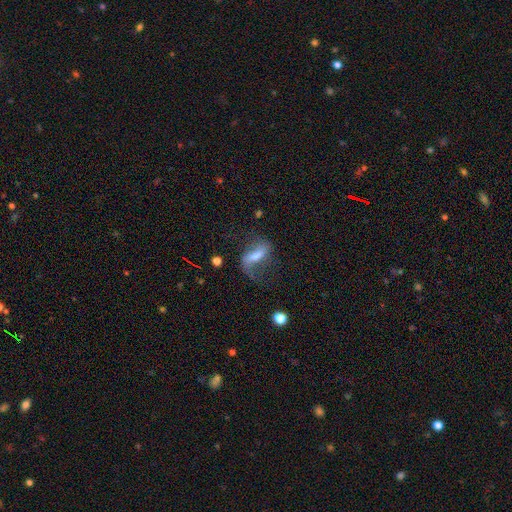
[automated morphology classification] The model was most divided on "bulge size": moderate: 38%, small: 30%, none: 20%, large: 11%, dominant: 2%. Remaining: edge-on disk — no (87%); spiral arms — yes (77%); smooth or featured — featured or disk (58%); bar — strong (48%); merging — none (47%).